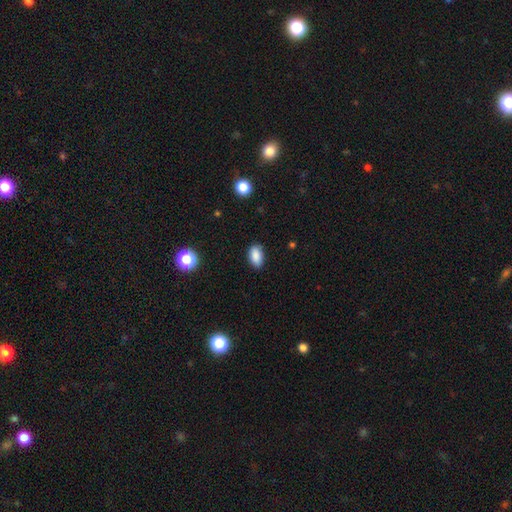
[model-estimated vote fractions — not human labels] This appears to be a smooth galaxy with no disk features (87%) that is in between round and cigar-shaped (91%). Merging: none (85%).